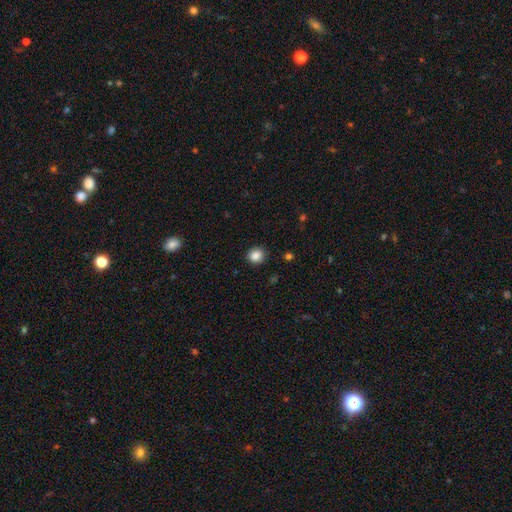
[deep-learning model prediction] smooth_or_featured: smooth (p=0.87) [alt: star or artifact p=0.10]
how_rounded: round (p=0.84) [alt: in between p=0.15]
merging: none (p=0.89) [alt: minor disturbance p=0.07]